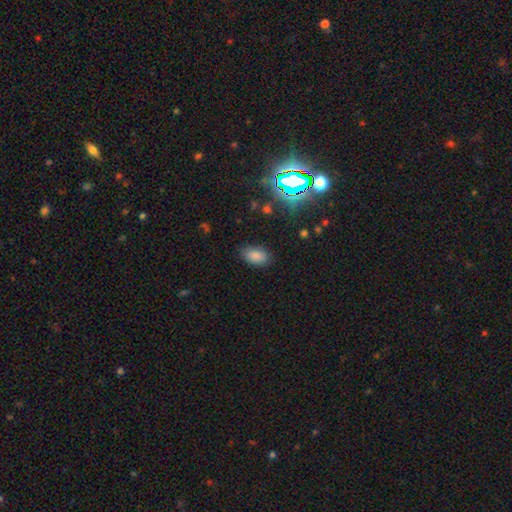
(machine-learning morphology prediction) Overall: smooth (82%). How rounded: in between (92%). Merging: none (84%).